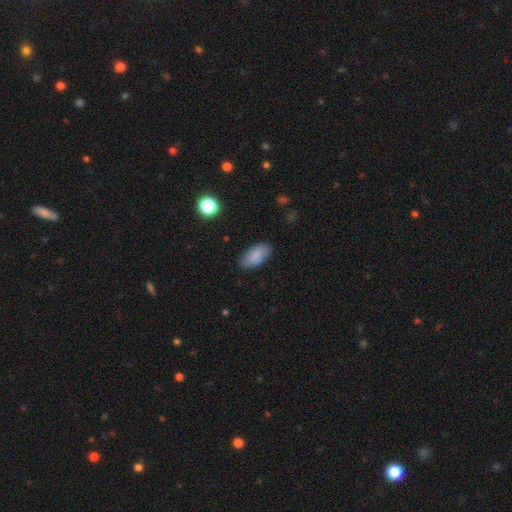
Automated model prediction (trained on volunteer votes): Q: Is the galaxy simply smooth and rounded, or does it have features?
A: smooth — 84%.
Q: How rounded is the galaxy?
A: in between — 94%.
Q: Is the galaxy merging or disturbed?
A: none — 82%.